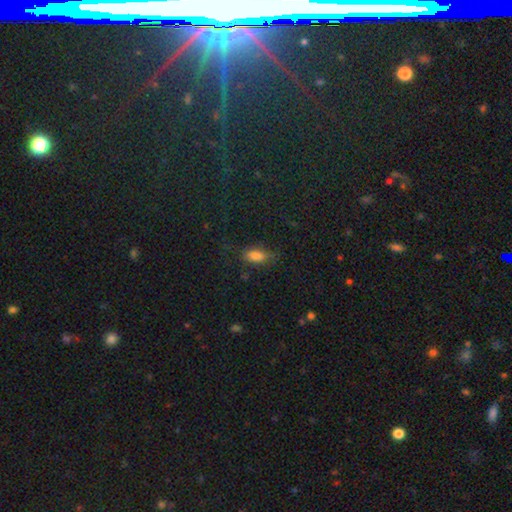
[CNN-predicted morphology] The model was most divided on "merging": none: 72%, minor disturbance: 19%, major disturbance: 7%, merger: 2%. More confident: how rounded — in between (84%); smooth or featured — smooth (80%).